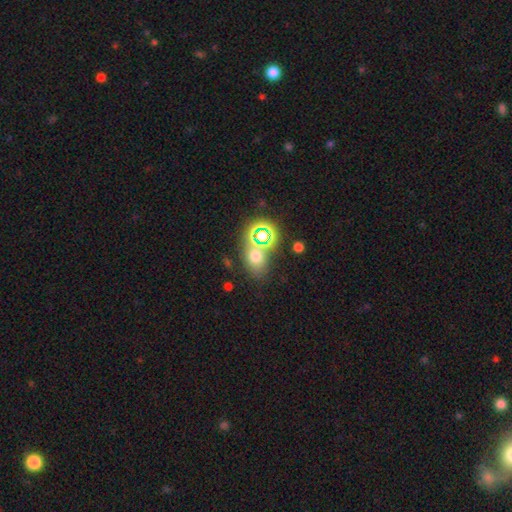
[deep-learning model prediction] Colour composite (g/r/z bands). It shows a smooth galaxy with no disk features (60%) that is in between round and cigar-shaped (57%). Merging: none (65%).